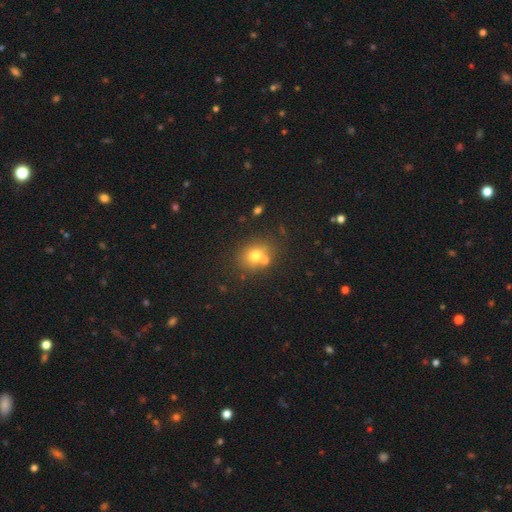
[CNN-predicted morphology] Smooth or featured: smooth — 71% (featured or disk — 15%)
How rounded: round — 65% (in between — 35%)
Merging: none — 59% (merger — 25%)